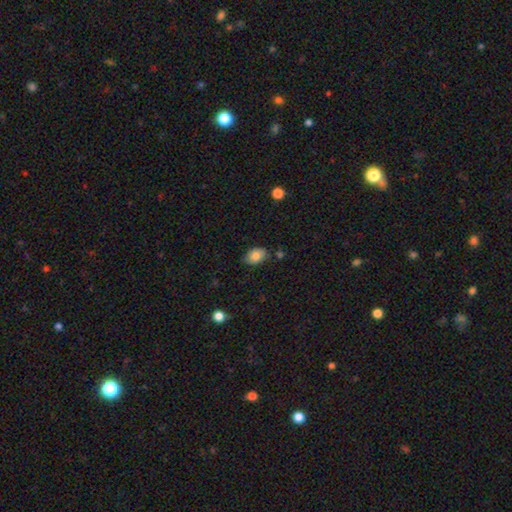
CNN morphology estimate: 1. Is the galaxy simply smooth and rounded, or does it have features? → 80% smooth, 12% featured or disk, 8% star or artifact.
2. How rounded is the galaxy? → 86% in between, 13% round, 1% cigar-shaped.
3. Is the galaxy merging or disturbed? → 76% none, 18% minor disturbance, 4% merger, 3% major disturbance.